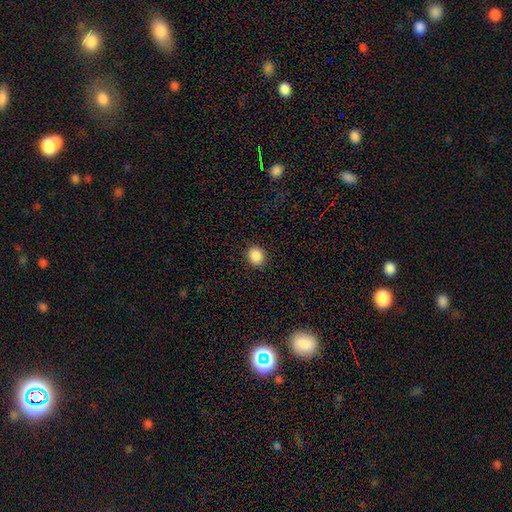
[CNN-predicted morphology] Overall: smooth (88%). How rounded: round (76%). Merging: none (91%).